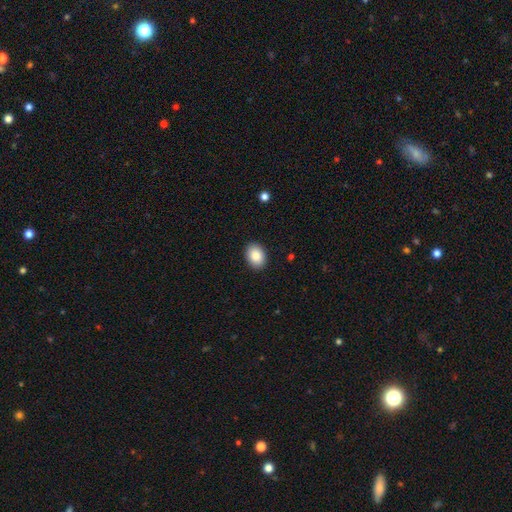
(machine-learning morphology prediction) Smooth or featured: smooth — 86% (star or artifact — 7%)
How rounded: in between — 73% (round — 26%)
Merging: none — 90% (minor disturbance — 7%)